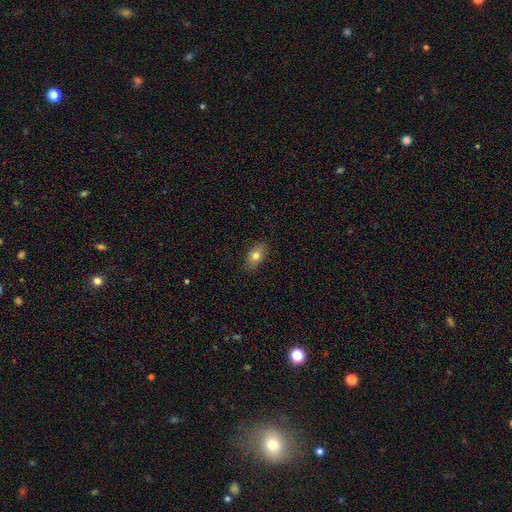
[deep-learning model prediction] smooth-or-featured: smooth: 77% | featured or disk: 14% | star or artifact: 9%
  how-rounded: in between: 85% | round: 11% | cigar-shaped: 4%
  merging: none: 86% | minor disturbance: 11% | major disturbance: 2% | merger: 1%